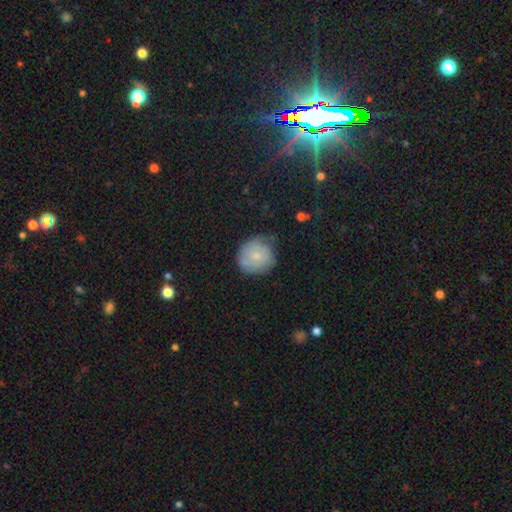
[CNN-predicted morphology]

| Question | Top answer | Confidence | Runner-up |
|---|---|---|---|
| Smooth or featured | smooth | 64% | featured or disk (28%) |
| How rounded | round | 86% | in between (13%) |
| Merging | none | 58% | minor disturbance (30%) |